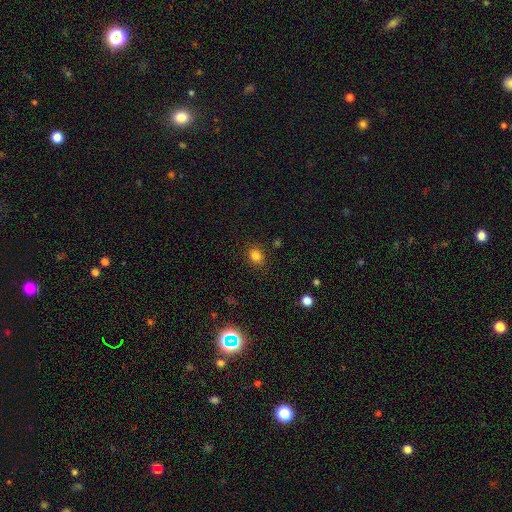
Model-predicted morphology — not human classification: Smooth or featured: smooth — 81% (star or artifact — 13%)
How rounded: round — 59% (in between — 40%)
Merging: none — 85% (minor disturbance — 10%)